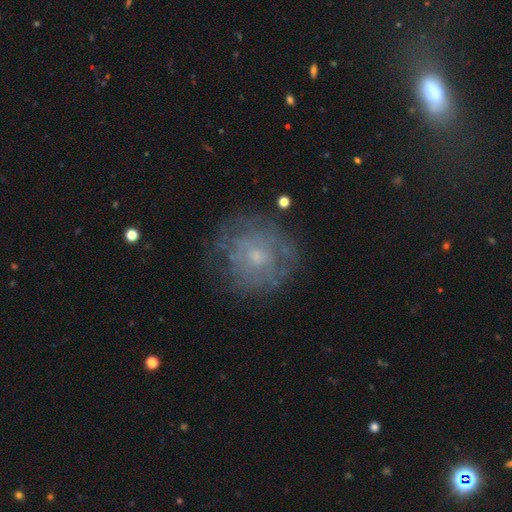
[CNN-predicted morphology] Smooth or featured? featured or disk (56%)
Edge-on disk? no (97%)
Bar? no (80%)
Spiral arms? no (52%)
Bulge size? small (66%)
Merging? none (71%)